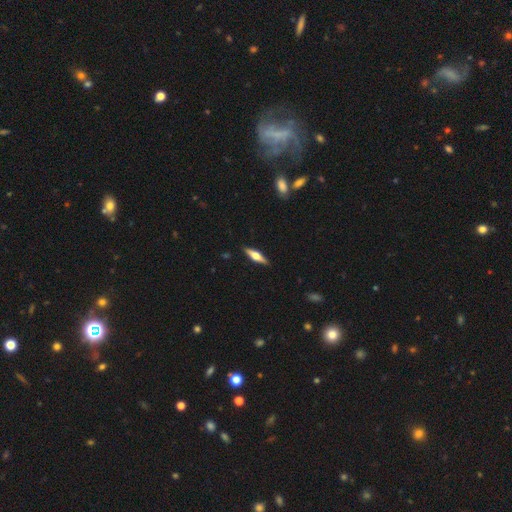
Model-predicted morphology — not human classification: type=featured or disk (57%); edge-on=yes (95%); edge-on bulge=rounded (91%); merging=none (89%).